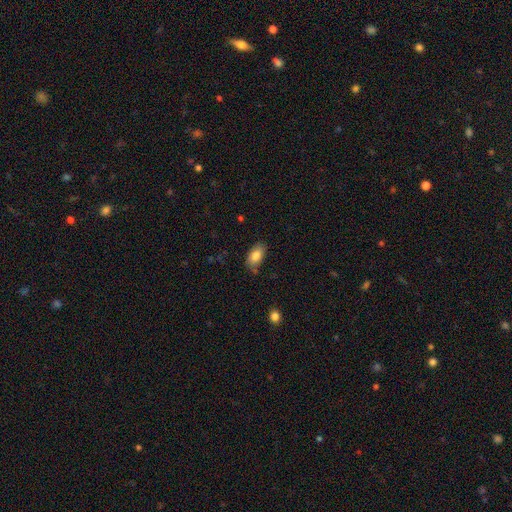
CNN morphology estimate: smooth_or_featured: smooth (p=0.84) [alt: featured or disk p=0.09]
how_rounded: in between (p=0.93) [alt: round p=0.05]
merging: none (p=0.77) [alt: minor disturbance p=0.16]